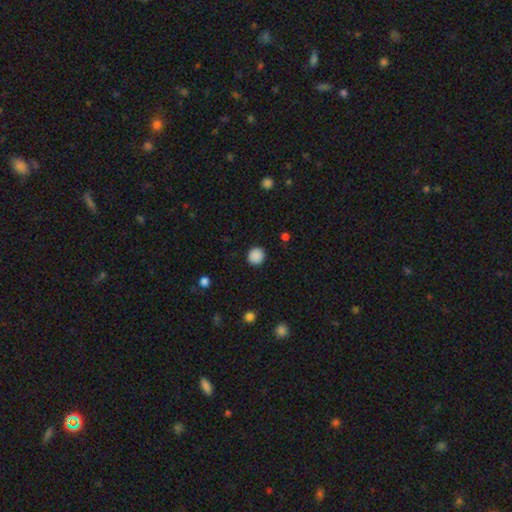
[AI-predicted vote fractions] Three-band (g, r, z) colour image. It shows a smooth galaxy with no disk features (88%) that is round (91%). Merging: none (91%).